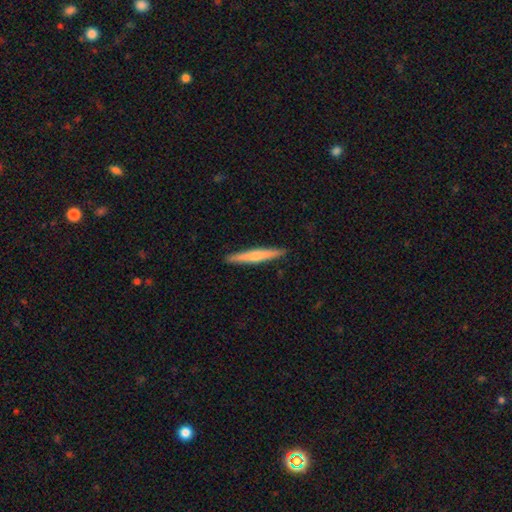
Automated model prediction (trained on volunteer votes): Overall: smooth (52%; featured or disk 42%). How rounded: cigar-shaped (95%). Merging: none (91%).